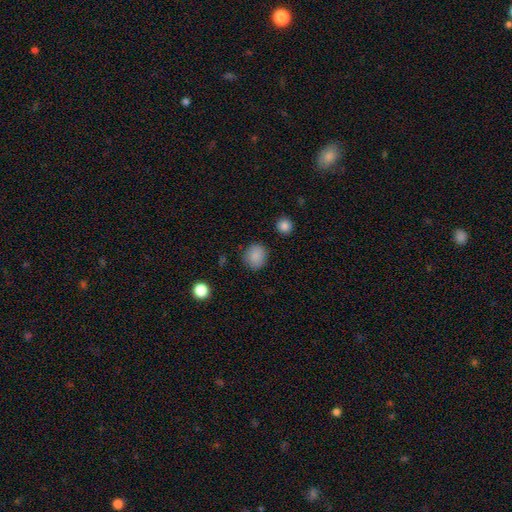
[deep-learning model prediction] A smooth galaxy with no disk features (86%) that is round (81%). Merging: none (86%).